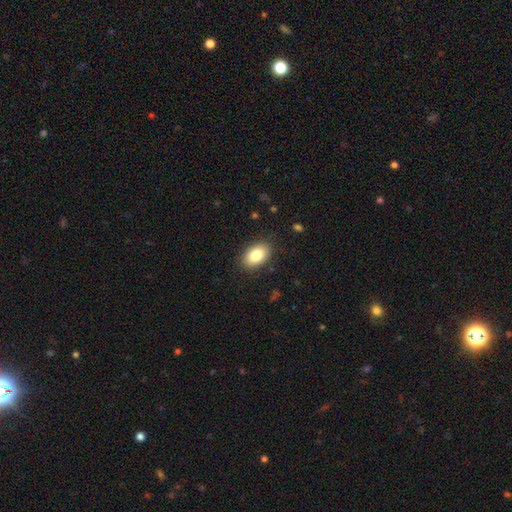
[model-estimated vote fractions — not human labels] The model was most divided on "smooth or featured": smooth: 84%, featured or disk: 9%, star or artifact: 7%. More confident: how rounded — in between (91%); merging — none (87%).